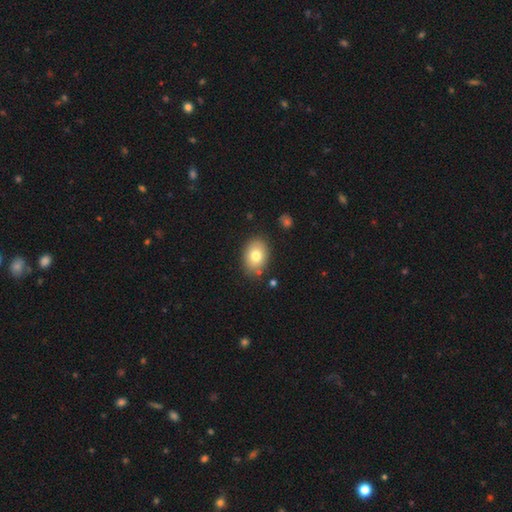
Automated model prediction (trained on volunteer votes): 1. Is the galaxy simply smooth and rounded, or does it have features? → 78% smooth, 14% featured or disk, 9% star or artifact.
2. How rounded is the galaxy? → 71% in between, 28% round, 1% cigar-shaped.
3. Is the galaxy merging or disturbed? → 83% none, 12% minor disturbance, 3% merger, 3% major disturbance.